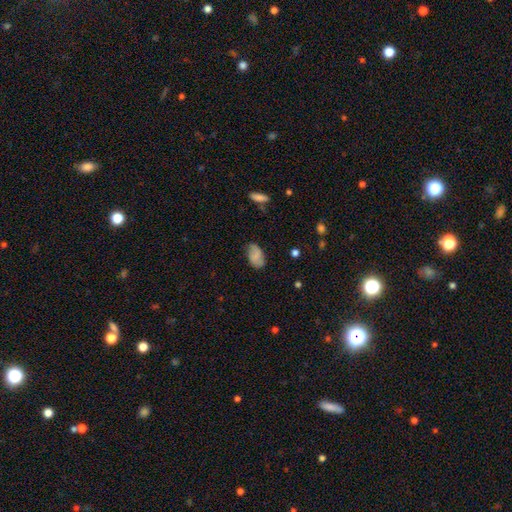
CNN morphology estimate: smooth 71%, featured or disk 20%, star or artifact 9%. Down the decision tree: how rounded — in between (92%); merging — none (73%).